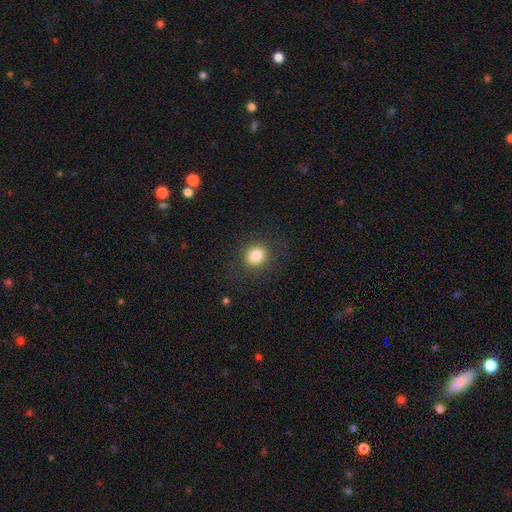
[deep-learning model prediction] Overall: smooth (83%). How rounded: round (68%; in between 31%). Merging: none (85%).